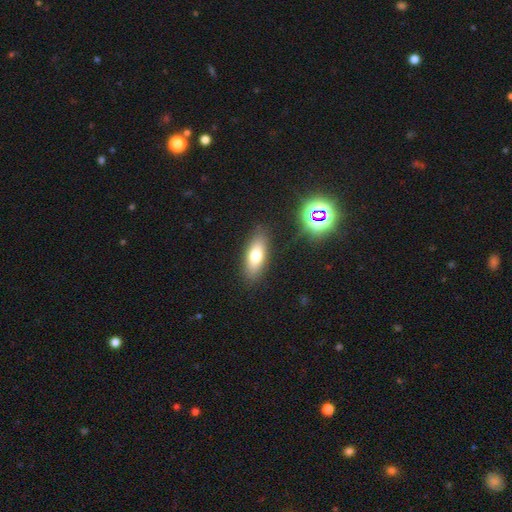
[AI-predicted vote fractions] A smooth galaxy with no disk features (69%) that is in between round and cigar-shaped (73%).

Vote fractions:
- Smooth or featured? smooth: 69% / featured or disk: 21% / star or artifact: 10%
- How rounded? in between: 73% / cigar-shaped: 24% / round: 4%
- Merging? none: 85% / minor disturbance: 10% / major disturbance: 3% / merger: 2%